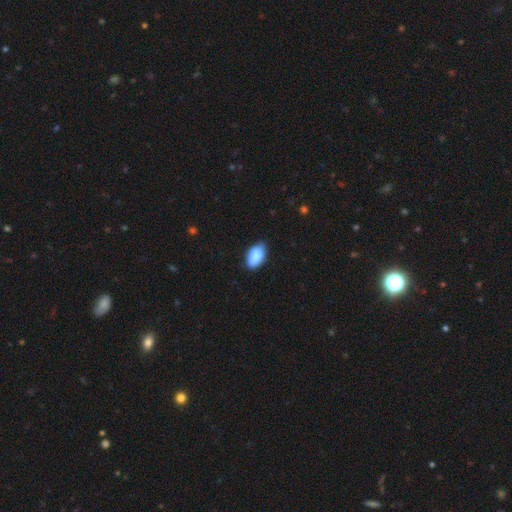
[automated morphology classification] smooth-or-featured: smooth: 86% | featured or disk: 7% | star or artifact: 7%
  how-rounded: in between: 93% | round: 4% | cigar-shaped: 2%
  merging: none: 71% | minor disturbance: 24% | major disturbance: 3% | merger: 2%